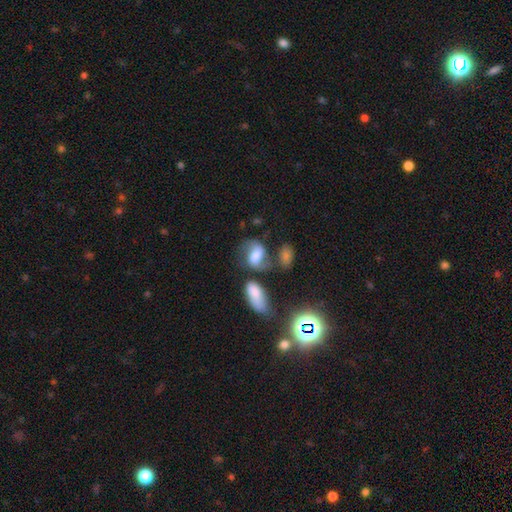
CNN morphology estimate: This is possibly a featured or disk galaxy (45%). Merging: possibly none (47%).